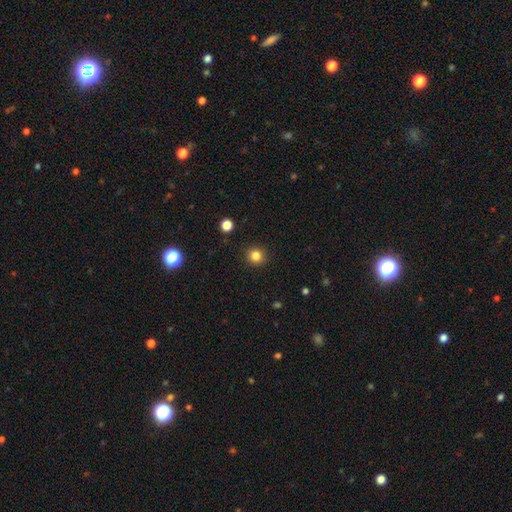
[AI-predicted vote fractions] smooth_or_featured: smooth (p=0.83) [alt: star or artifact p=0.13]
how_rounded: round (p=0.91) [alt: in between p=0.08]
merging: none (p=0.92) [alt: minor disturbance p=0.05]